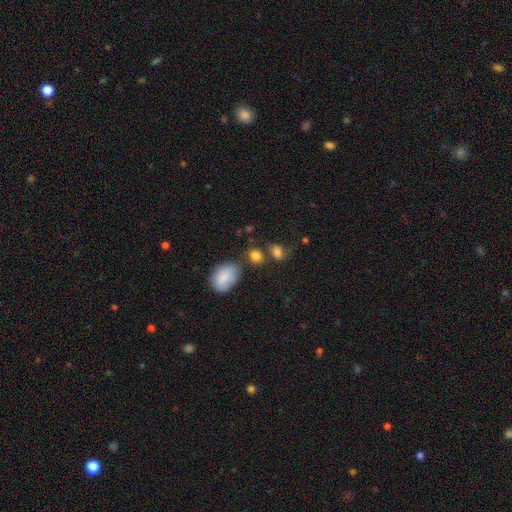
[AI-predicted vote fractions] The model was most divided on "how rounded": in between: 52%, round: 47%, cigar-shaped: 2%. More confident: smooth or featured — smooth (82%); merging — none (59%).